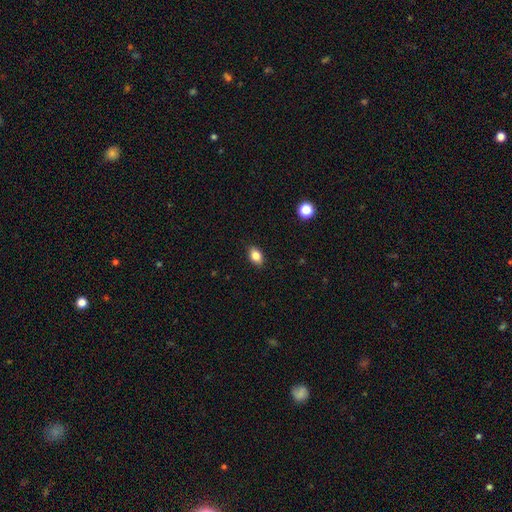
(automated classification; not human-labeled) Morphology: type=smooth (84%); roundness=in between (83%); merging=none (88%).